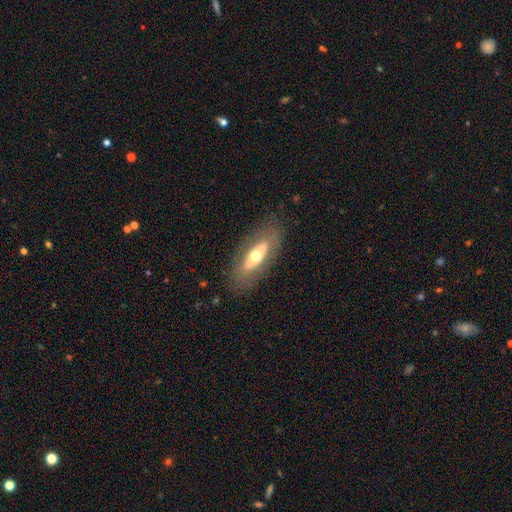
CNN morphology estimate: A featured or disk galaxy (50%). Merging: none (79%).